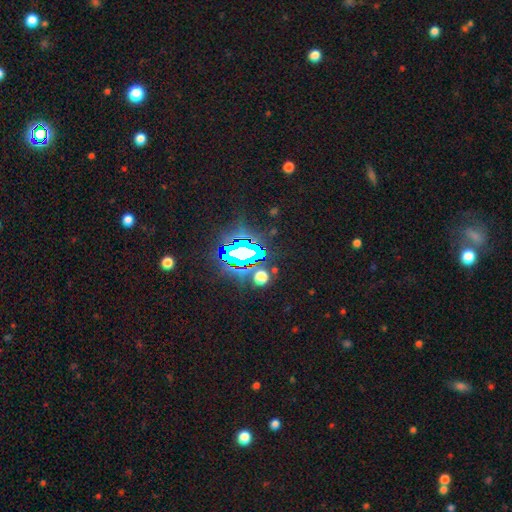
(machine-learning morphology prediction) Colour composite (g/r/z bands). It shows a star or artifact, not a galaxy (83%).